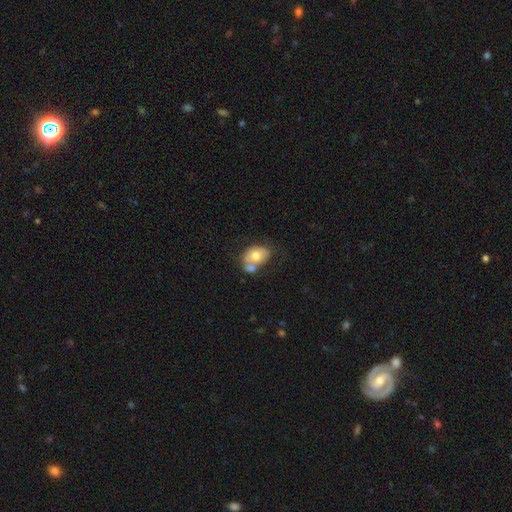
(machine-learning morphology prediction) A smooth galaxy with no disk features (67%) that is in between round and cigar-shaped (78%).

Vote fractions:
- Smooth or featured? smooth: 67% / featured or disk: 25% / star or artifact: 7%
- How rounded? in between: 78% / round: 21% / cigar-shaped: 1%
- Merging? merger: 43% / none: 34% / minor disturbance: 16% / major disturbance: 7%